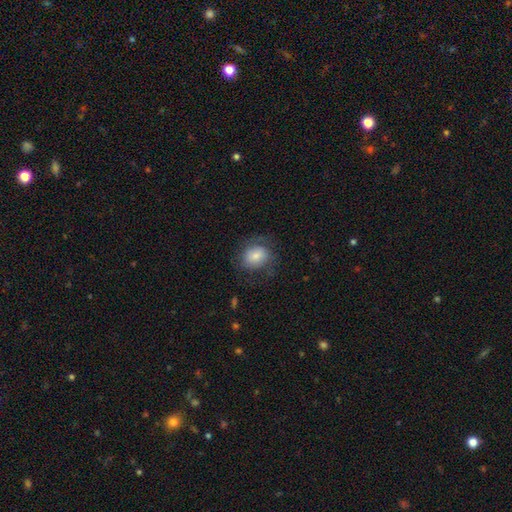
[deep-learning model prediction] smooth-or-featured: smooth: 69% | featured or disk: 23% | star or artifact: 8%
  how-rounded: round: 54% | in between: 45% | cigar-shaped: 1%
  merging: none: 61% | minor disturbance: 22% | major disturbance: 16% | merger: 1%